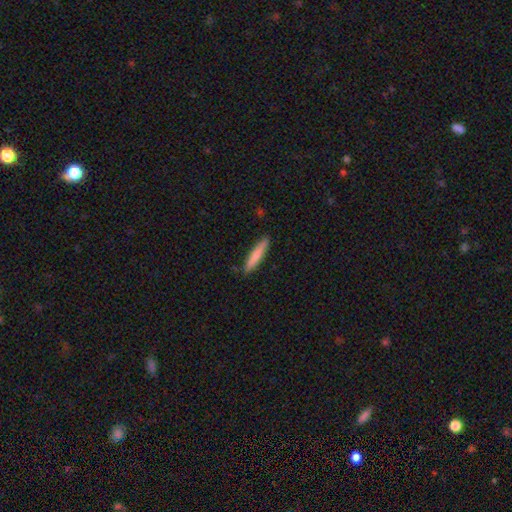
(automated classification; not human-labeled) Smooth or featured? Predicted: smooth (p=0.79). How rounded? Predicted: cigar-shaped (p=0.90). Merging? Predicted: none (p=0.88).